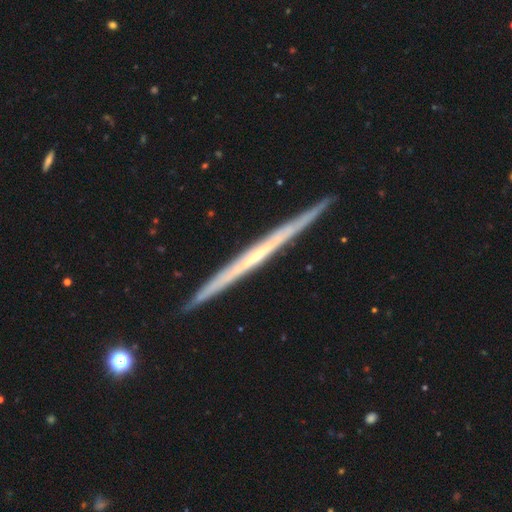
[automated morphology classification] This is likely a featured or disk galaxy (78%). It is clearly viewed edge-on (98%). Edge-on bulge: likely none (74%). Merging: clearly none (91%).